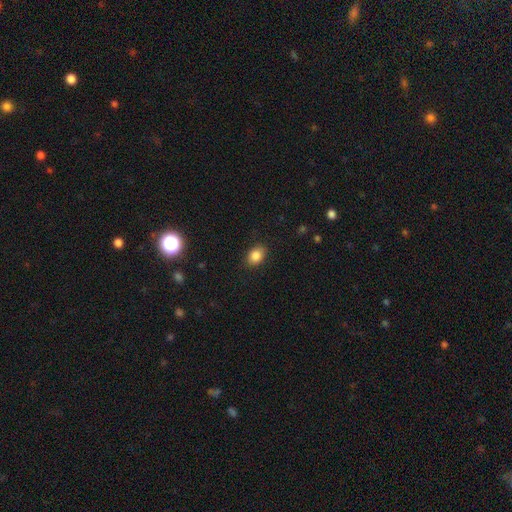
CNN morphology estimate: Overall: smooth (85%). How rounded: in between (70%). Merging: none (85%).